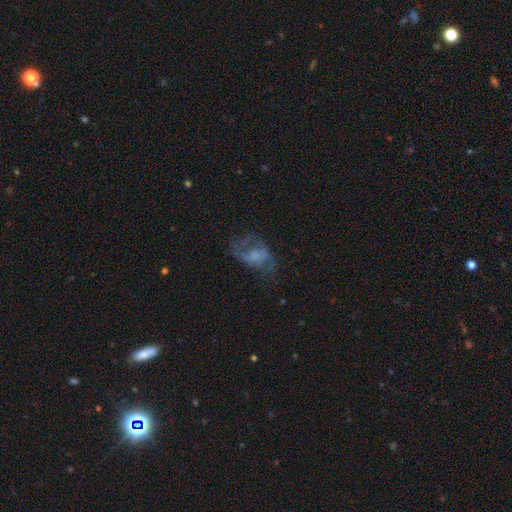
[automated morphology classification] Smooth or featured? Predicted: featured or disk (p=0.56). Edge-on disk? Predicted: no (p=0.97). Bar? Predicted: no (p=0.64). Spiral arms? Predicted: yes (p=0.63). Bulge size? Predicted: none (p=0.42). Merging? Predicted: none (p=0.45).